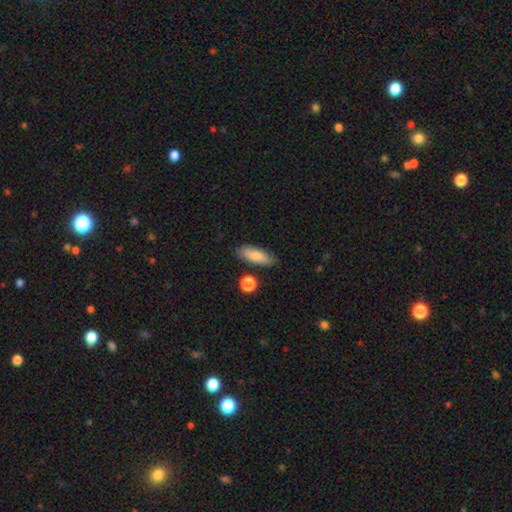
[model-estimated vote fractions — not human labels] smooth-or-featured: smooth: 79% | featured or disk: 14% | star or artifact: 7%
  how-rounded: in between: 64% | cigar-shaped: 33% | round: 3%
  merging: none: 80% | minor disturbance: 14% | merger: 4% | major disturbance: 3%